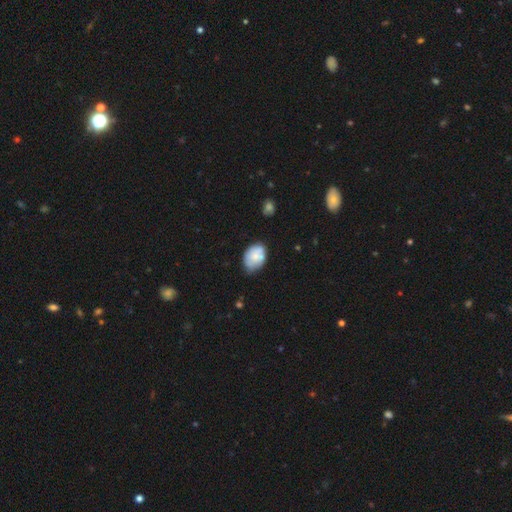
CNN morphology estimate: A smooth galaxy with no disk features (65%) that is in between round and cigar-shaped (78%).

Vote fractions:
- Smooth or featured? smooth: 65% / featured or disk: 28% / star or artifact: 7%
- How rounded? in between: 78% / round: 21% / cigar-shaped: 1%
- Merging? none: 51% / minor disturbance: 35% / major disturbance: 7% / merger: 7%